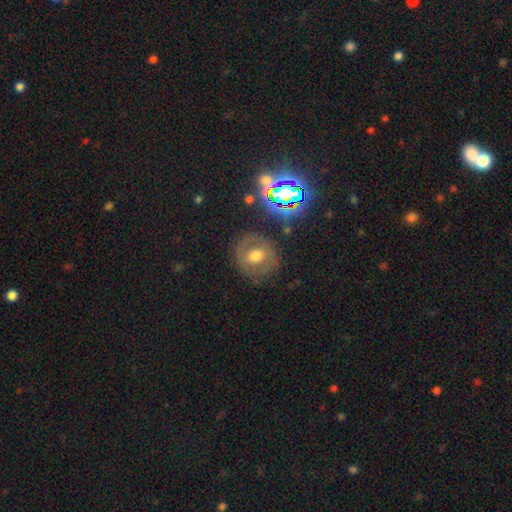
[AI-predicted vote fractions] Morphology: type=smooth (44%); merging=none (80%).